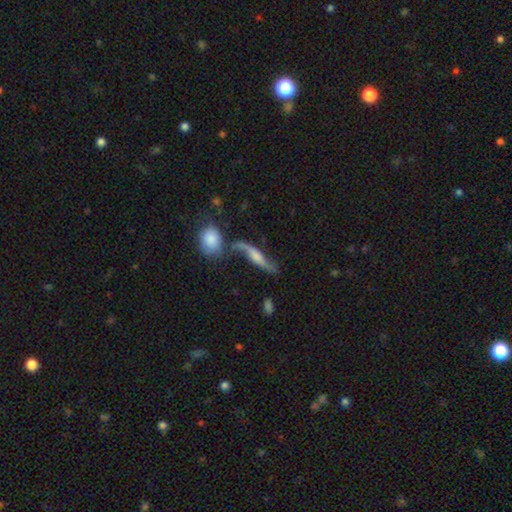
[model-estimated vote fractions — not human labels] featured or disk 69%, smooth 23%, star or artifact 8%. Down the decision tree: edge-on disk — no (62%); merging — none (59%).